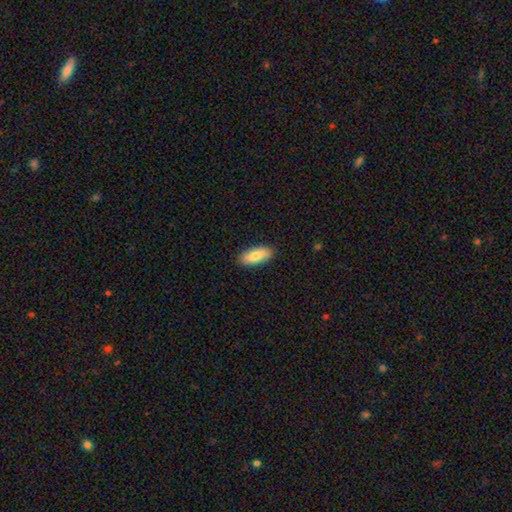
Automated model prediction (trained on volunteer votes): A smooth galaxy with no disk features (80%) that is in between round and cigar-shaped (80%). Merging: none (89%).